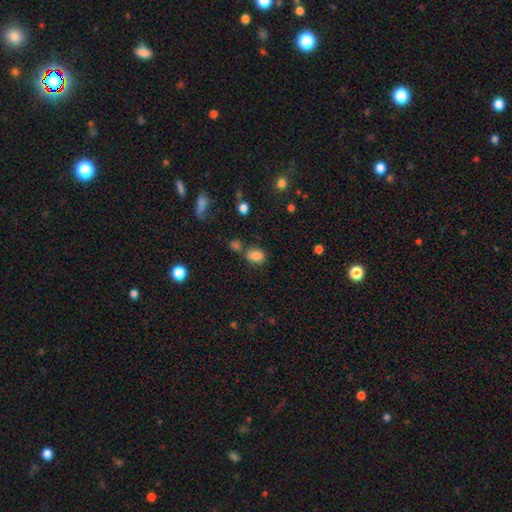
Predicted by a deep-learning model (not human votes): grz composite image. It shows a smooth galaxy with no disk features (83%) that is in between round and cigar-shaped (70%). Merging: none (64%).